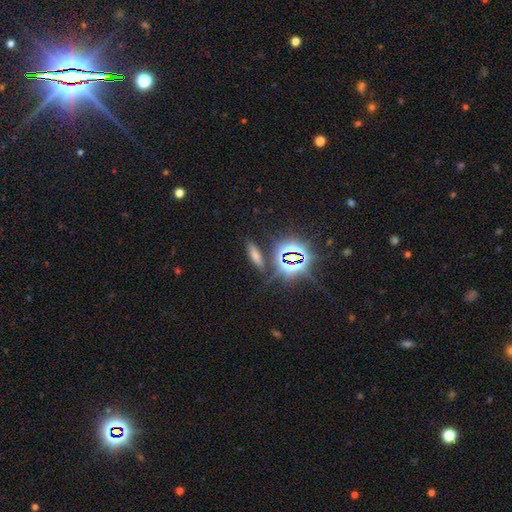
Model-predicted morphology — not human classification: smooth 55%, star or artifact 34%, featured or disk 11%. Down the decision tree: how rounded — cigar-shaped (54%); merging — none (81%).